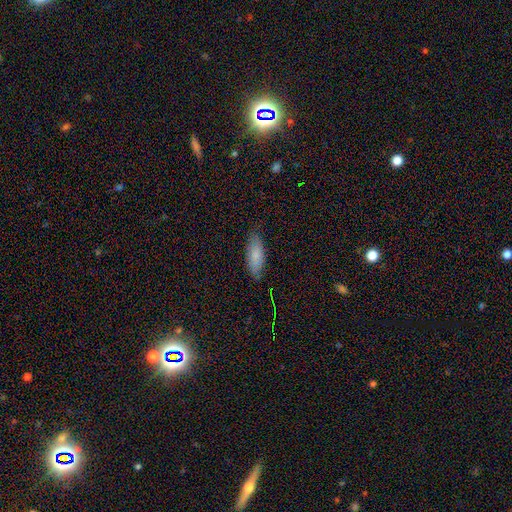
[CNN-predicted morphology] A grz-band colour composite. It shows a smooth galaxy with no disk features (80%) that is in between round and cigar-shaped (71%). Merging: none (81%).